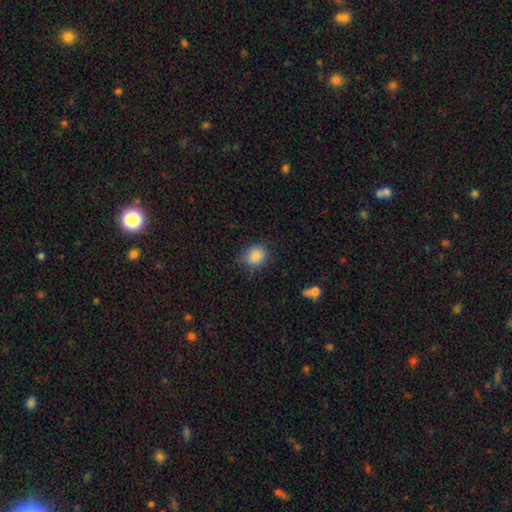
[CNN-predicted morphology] The model was most divided on "how rounded": round: 65%, in between: 34%, cigar-shaped: 1%. More confident: smooth or featured — smooth (85%); merging — none (72%).